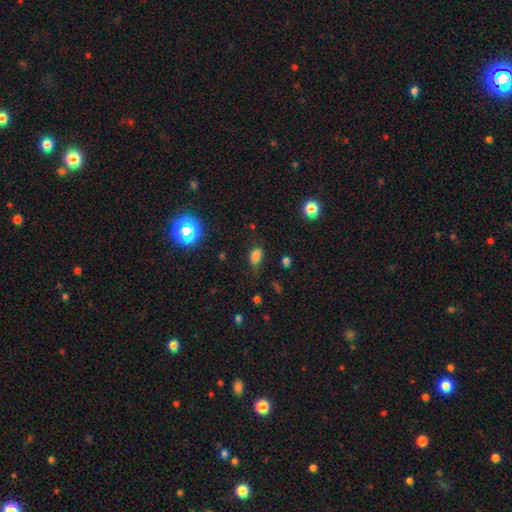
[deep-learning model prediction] Morphology: type=smooth (80%); roundness=in between (86%); merging=none (69%).